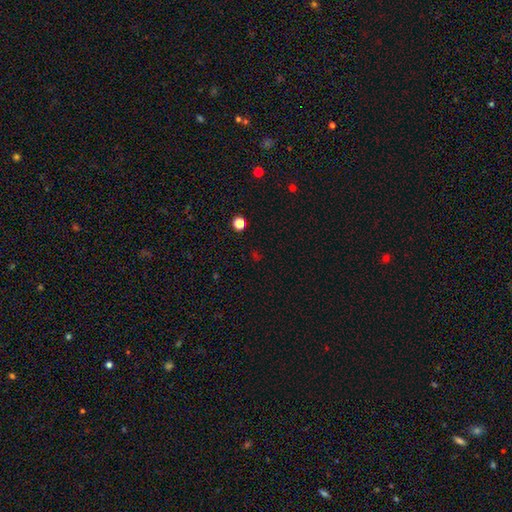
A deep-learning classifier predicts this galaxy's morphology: This is possibly a star or artifact rather than a galaxy (55%).